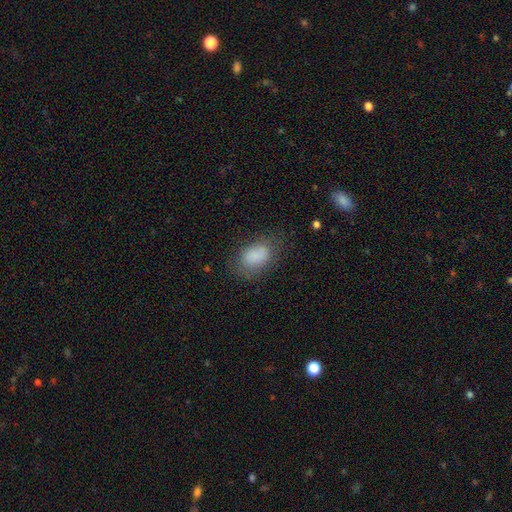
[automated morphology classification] Smooth or featured? Predicted: smooth (p=0.83). How rounded? Predicted: in between (p=0.85). Merging? Predicted: none (p=0.65).